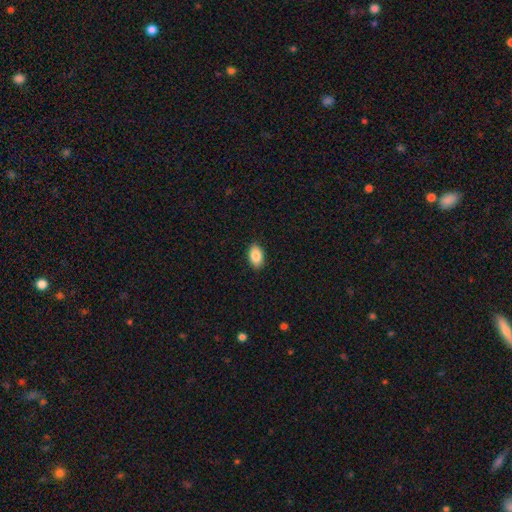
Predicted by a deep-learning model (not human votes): Smooth or featured: smooth — 88% (star or artifact — 7%)
How rounded: in between — 91% (round — 7%)
Merging: none — 90% (minor disturbance — 8%)